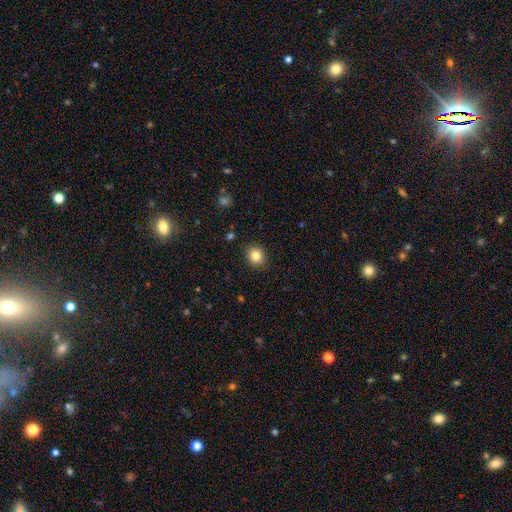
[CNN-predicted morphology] This appears to be a smooth galaxy with no disk features (82%) that is round (74%). Merging: none (90%).